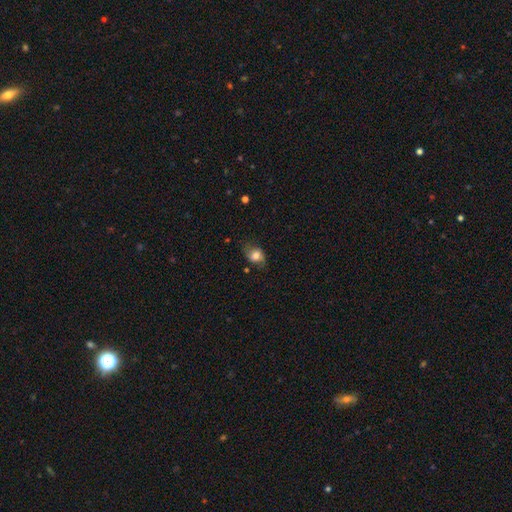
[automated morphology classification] Q: Smooth or featured?
A: smooth (66%); runner-up: featured or disk (24%)
Q: How rounded?
A: in between (59%); runner-up: round (39%)
Q: Merging?
A: none (63%); runner-up: minor disturbance (26%)